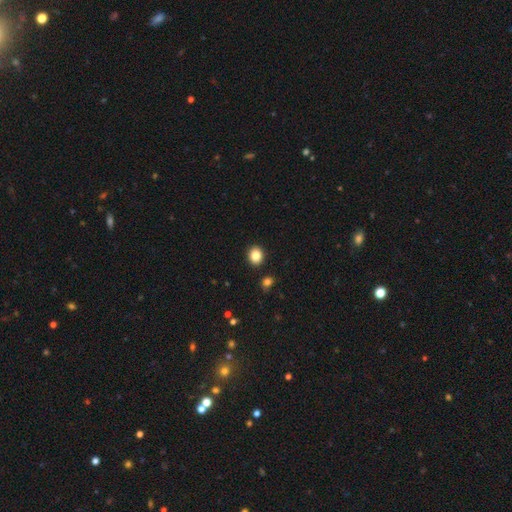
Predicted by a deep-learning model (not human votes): This is clearly a smooth galaxy (84%). How rounded: likely round (73%). Merging: clearly none (90%).